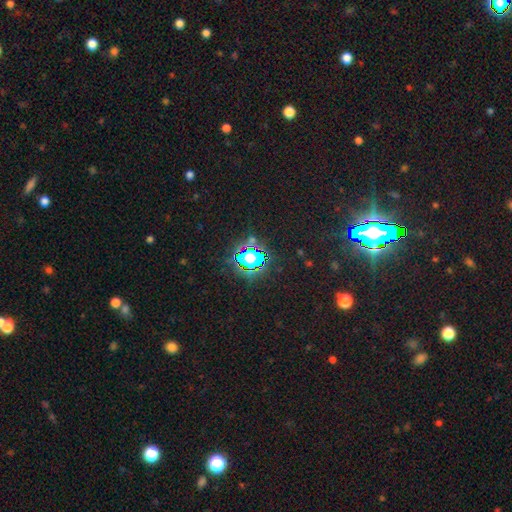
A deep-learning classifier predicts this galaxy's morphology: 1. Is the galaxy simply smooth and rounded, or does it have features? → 83% star or artifact, 10% smooth, 7% featured or disk.